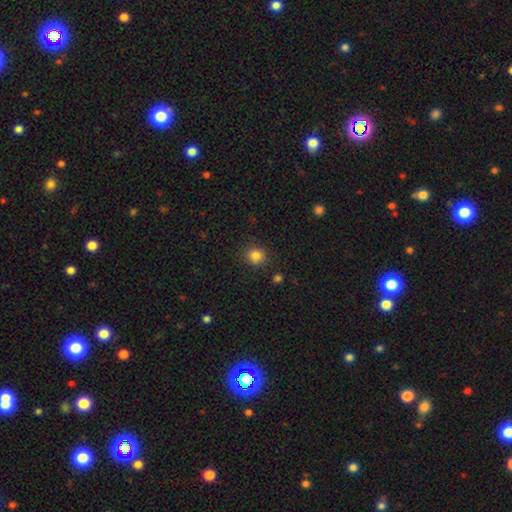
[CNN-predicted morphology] Q: Smooth or featured?
A: smooth (84%); runner-up: star or artifact (12%)
Q: How rounded?
A: round (86%); runner-up: in between (13%)
Q: Merging?
A: none (87%); runner-up: minor disturbance (8%)